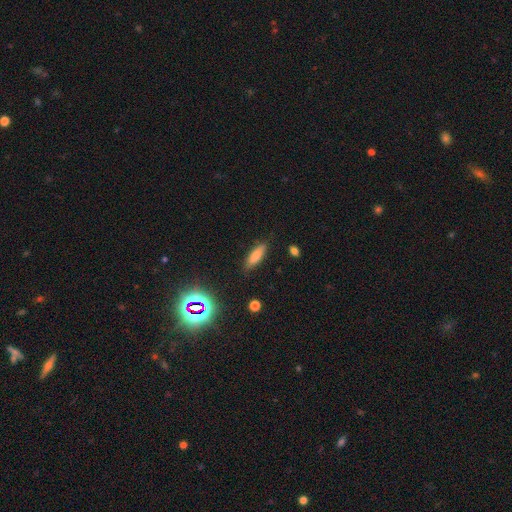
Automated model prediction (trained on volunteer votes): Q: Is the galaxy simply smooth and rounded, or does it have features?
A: smooth — 75%.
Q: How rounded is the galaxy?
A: cigar-shaped — 54%.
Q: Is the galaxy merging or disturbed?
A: none — 85%.